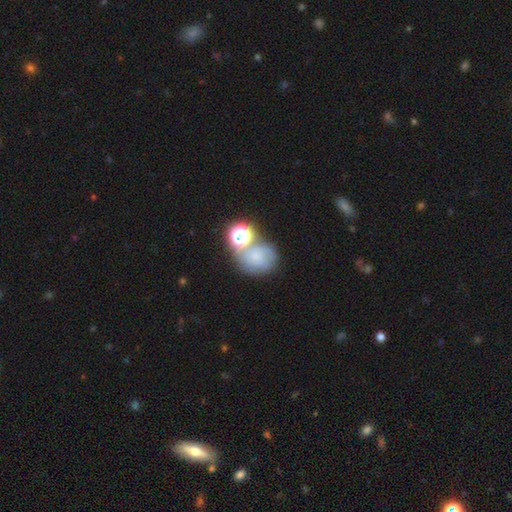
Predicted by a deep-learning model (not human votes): Smooth or featured? Predicted: smooth (p=0.49). Merging? Predicted: none (p=0.39).